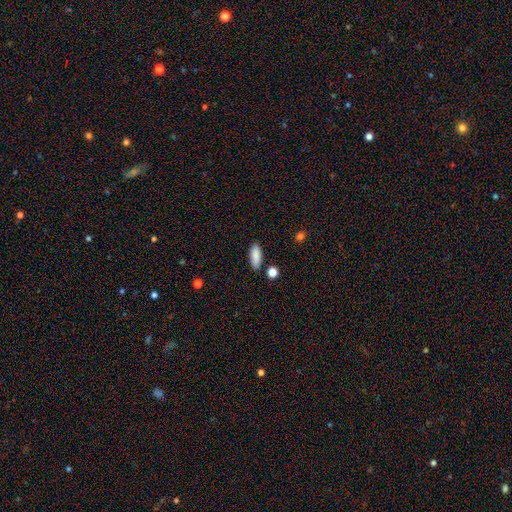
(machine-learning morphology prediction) smooth-or-featured: smooth: 88% | star or artifact: 7% | featured or disk: 5%
  how-rounded: in between: 74% | cigar-shaped: 23% | round: 2%
  merging: none: 85% | minor disturbance: 10% | merger: 3% | major disturbance: 2%